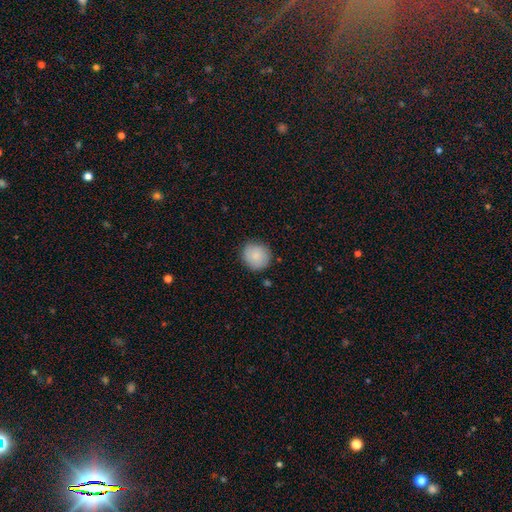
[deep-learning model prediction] Smooth or featured? Predicted: smooth (p=0.85). How rounded? Predicted: round (p=0.91). Merging? Predicted: none (p=0.86).